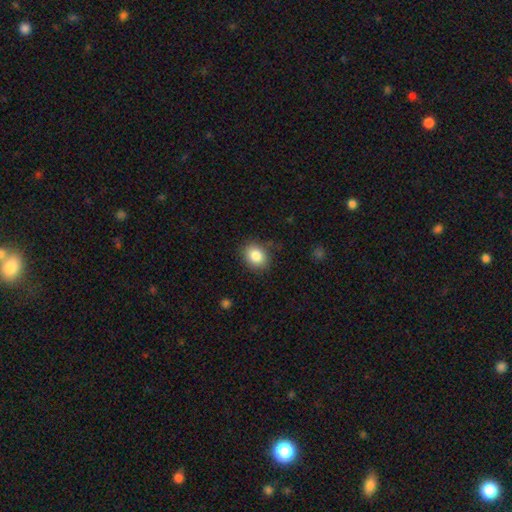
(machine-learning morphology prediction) Smooth or featured: smooth — 84% (star or artifact — 9%)
How rounded: round — 50% (in between — 49%)
Merging: none — 83% (minor disturbance — 12%)